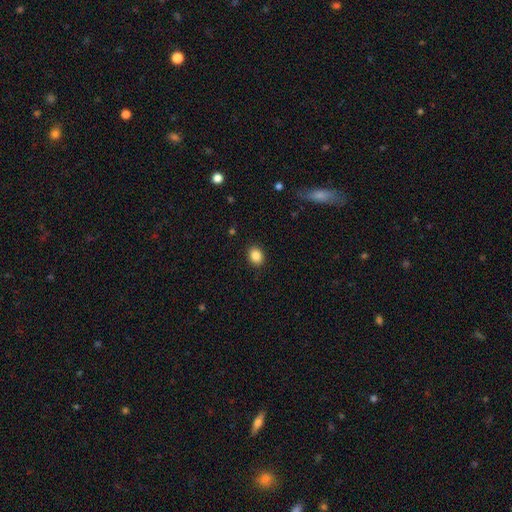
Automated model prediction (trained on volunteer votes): smooth-or-featured: smooth: 88% | star or artifact: 9% | featured or disk: 3%
  how-rounded: in between: 52% | round: 47% | cigar-shaped: 1%
  merging: none: 89% | minor disturbance: 8% | major disturbance: 2% | merger: 1%